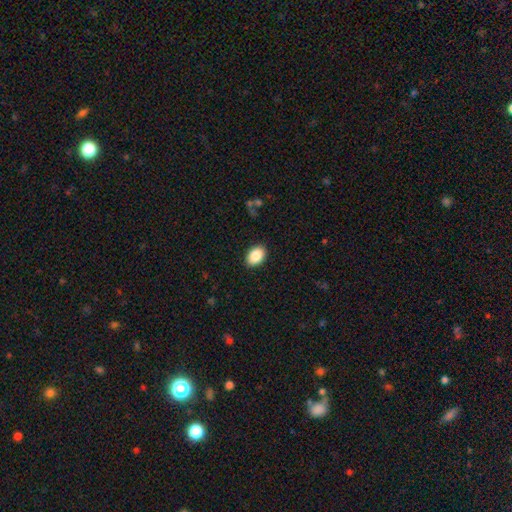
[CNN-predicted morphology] Smooth or featured? Predicted: smooth (p=0.88). How rounded? Predicted: in between (p=0.83). Merging? Predicted: none (p=0.90).